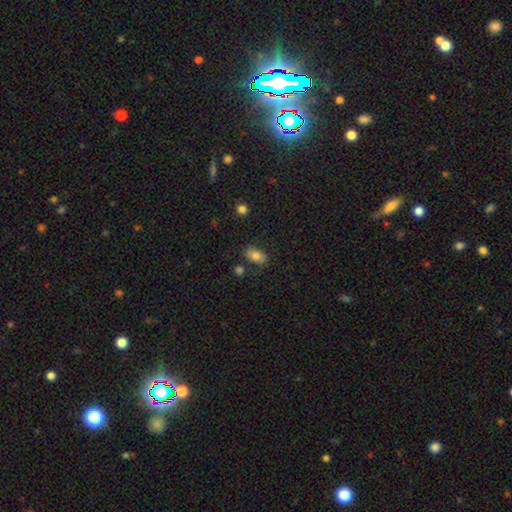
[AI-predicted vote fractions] Smooth or featured: smooth — 78% (featured or disk — 13%)
How rounded: in between — 89% (round — 8%)
Merging: none — 74% (minor disturbance — 16%)